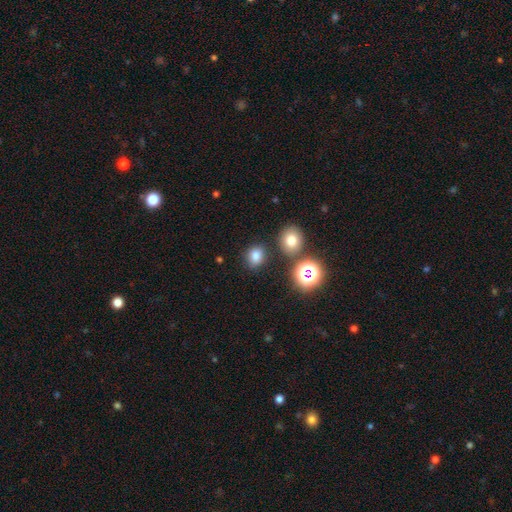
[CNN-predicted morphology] A smooth galaxy with no disk features (75%) that is round (56%).

Vote fractions:
- Smooth or featured? smooth: 75% / star or artifact: 18% / featured or disk: 7%
- How rounded? round: 56% / in between: 43% / cigar-shaped: 1%
- Merging? none: 79% / minor disturbance: 11% / merger: 6% / major disturbance: 4%